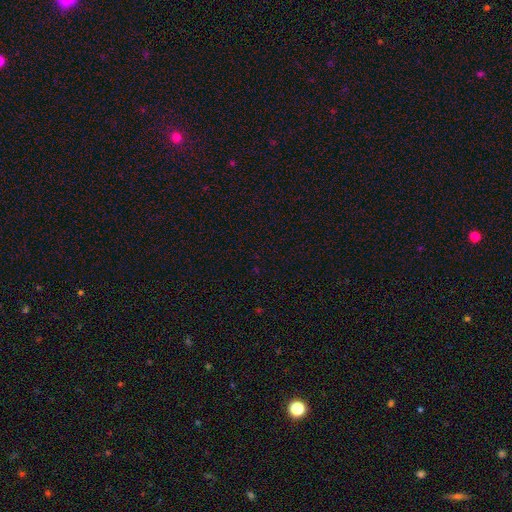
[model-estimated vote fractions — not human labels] The model was most divided on "smooth or featured": star or artifact: 70%, smooth: 24%, featured or disk: 7%.